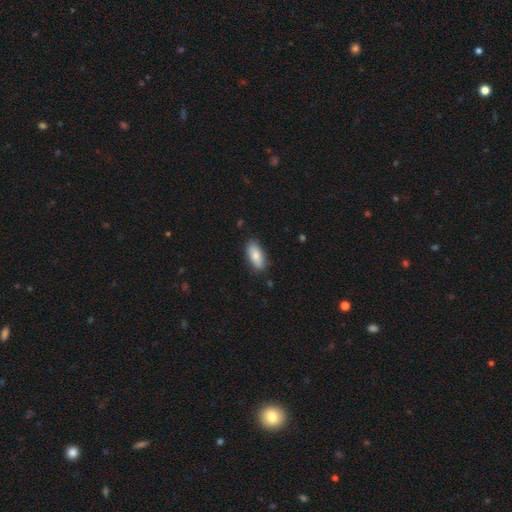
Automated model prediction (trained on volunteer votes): Smooth or featured?
  - smooth: 82% *
  - featured or disk: 12%
  - star or artifact: 6%
How rounded?
  - in between: 86% *
  - cigar-shaped: 12%
  - round: 2%
Merging?
  - none: 84% *
  - minor disturbance: 13%
  - major disturbance: 2%
  - merger: 1%